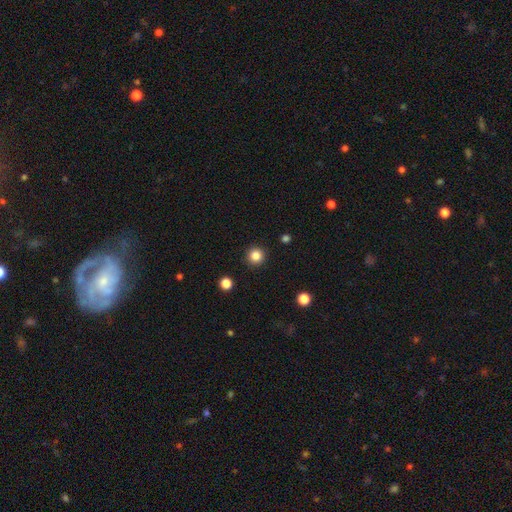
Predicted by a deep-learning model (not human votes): Overall: smooth (84%). How rounded: round (96%). Merging: none (93%).